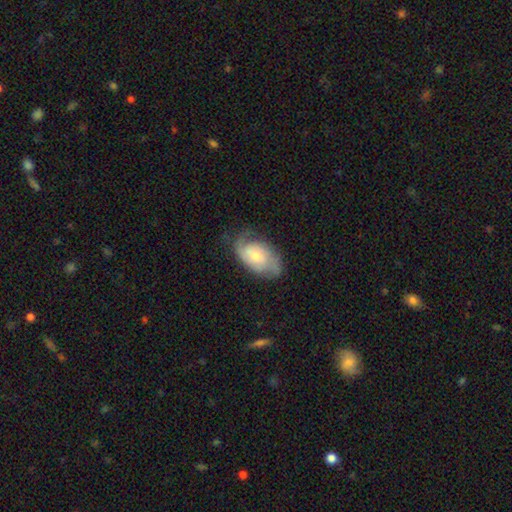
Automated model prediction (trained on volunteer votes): Smooth or featured? featured or disk (64%)
Edge-on disk? no (96%)
Bar? no (67%)
Spiral arms? yes (89%)
Spiral winding? medium (41%)
Spiral arm count? 2 (60%)
Bulge size? small (45%)
Merging? none (61%)